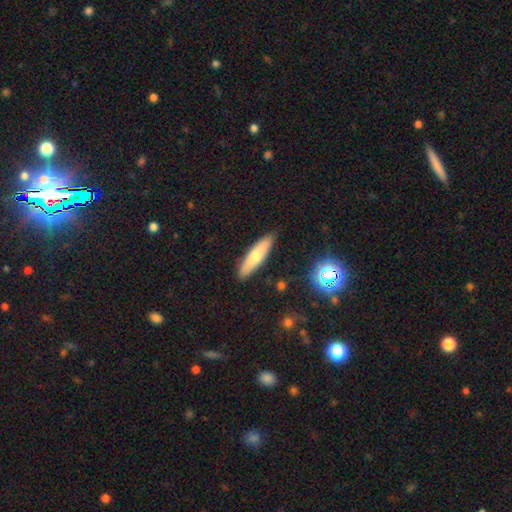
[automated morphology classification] Smooth or featured?
  - smooth: 64% *
  - featured or disk: 28%
  - star or artifact: 8%
How rounded?
  - cigar-shaped: 71% *
  - in between: 27%
  - round: 2%
Merging?
  - none: 89% *
  - minor disturbance: 8%
  - major disturbance: 2%
  - merger: 1%